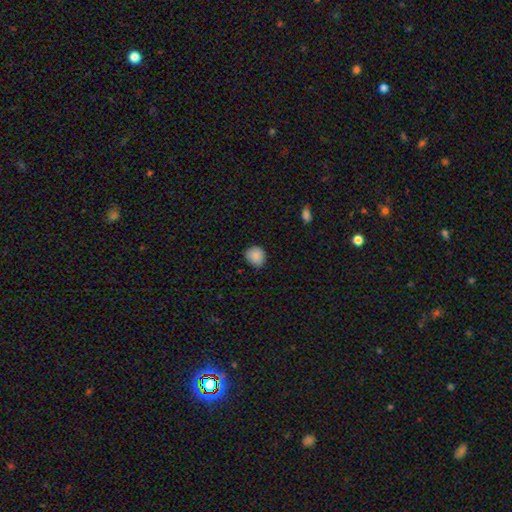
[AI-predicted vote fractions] This appears to be a smooth galaxy with no disk features (87%) that is round (80%). Merging: none (80%).